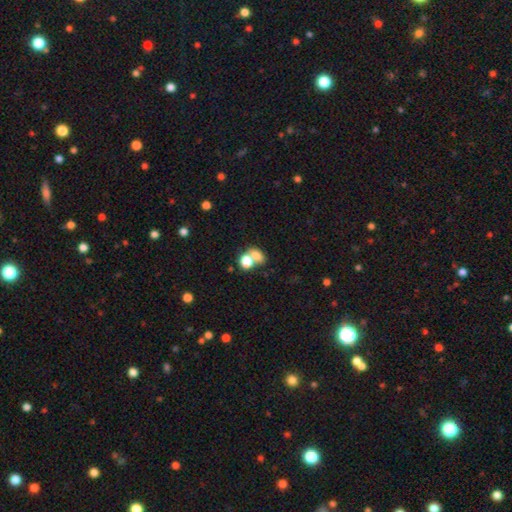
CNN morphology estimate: This is likely a smooth galaxy (75%). How rounded: likely in between (62%). Merging: possibly merger (55%).